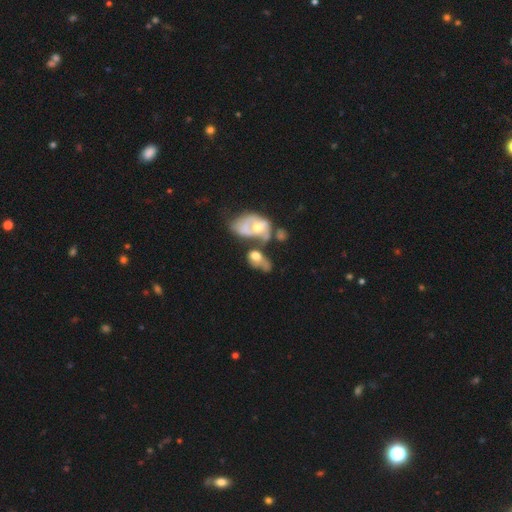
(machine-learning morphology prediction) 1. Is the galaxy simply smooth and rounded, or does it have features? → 49% featured or disk, 43% smooth, 9% star or artifact.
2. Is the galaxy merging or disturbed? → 53% merger, 21% major disturbance, 14% none, 12% minor disturbance.